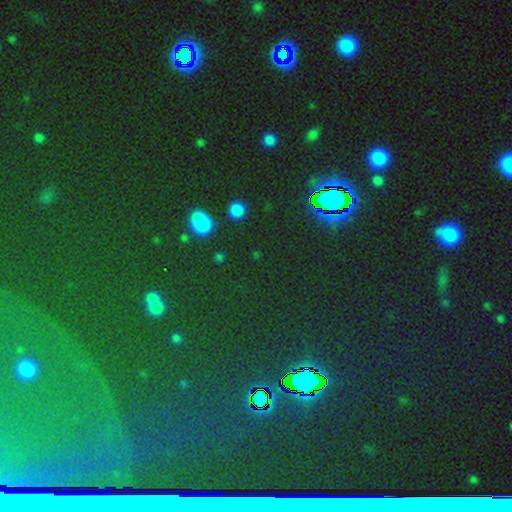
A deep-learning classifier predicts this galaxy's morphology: star or artifact 75%, smooth 16%, featured or disk 9%.